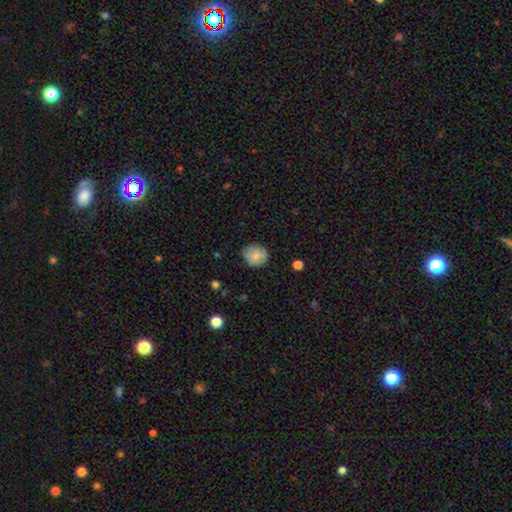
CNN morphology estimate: This is likely a smooth galaxy (77%). How rounded: clearly round (81%). Merging: likely none (78%).